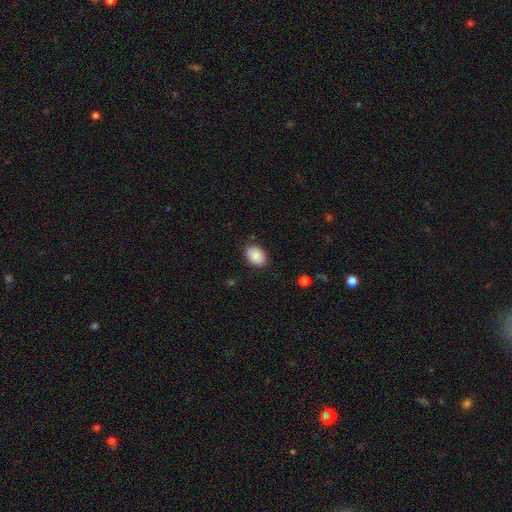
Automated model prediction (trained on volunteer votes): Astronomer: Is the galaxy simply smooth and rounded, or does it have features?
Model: smooth — 85%.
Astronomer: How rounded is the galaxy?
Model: in between — 77%.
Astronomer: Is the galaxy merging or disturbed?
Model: none — 83%.